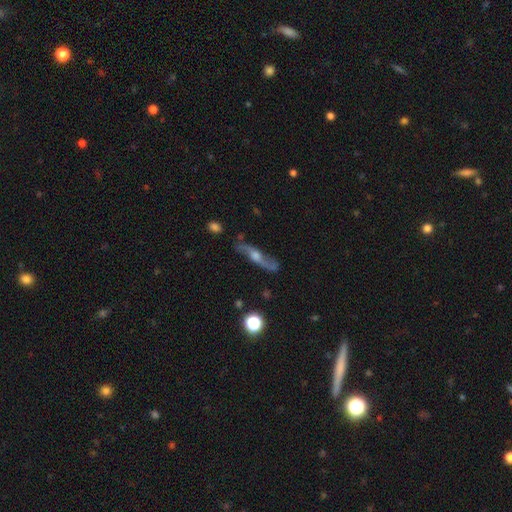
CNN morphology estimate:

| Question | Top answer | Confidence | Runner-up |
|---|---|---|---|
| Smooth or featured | featured or disk | 75% | smooth (17%) |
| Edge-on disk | yes | 50% | tied: no (50%) |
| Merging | none | 76% | minor disturbance (16%) |